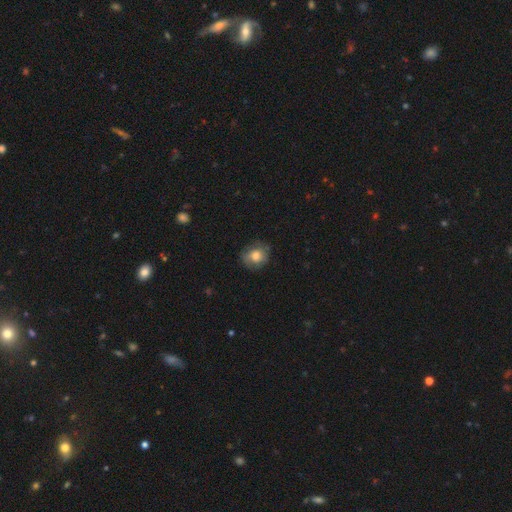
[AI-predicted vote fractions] Smooth or featured? smooth (68%)
How rounded? round (74%)
Merging? none (75%)